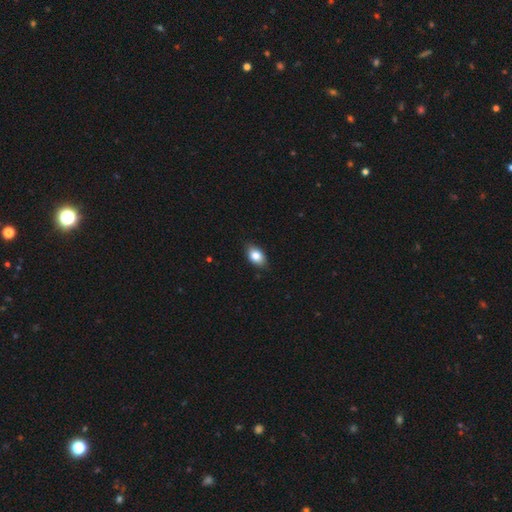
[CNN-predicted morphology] A smooth galaxy with no disk features (83%) that is in between round and cigar-shaped (85%).

Vote fractions:
- Smooth or featured? smooth: 83% / featured or disk: 9% / star or artifact: 8%
- How rounded? in between: 85% / round: 13% / cigar-shaped: 2%
- Merging? none: 83% / minor disturbance: 14% / major disturbance: 2% / merger: 1%